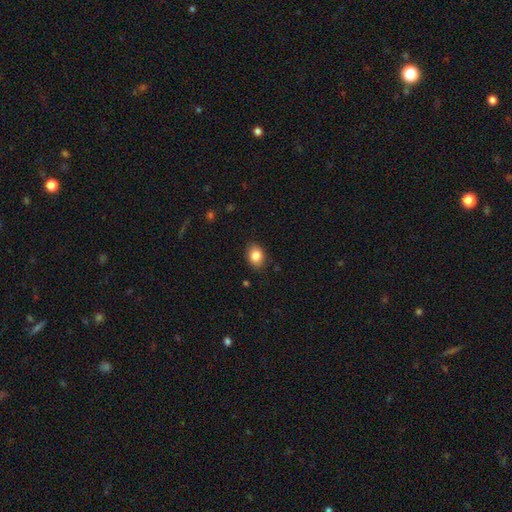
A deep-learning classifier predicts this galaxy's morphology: This is clearly a smooth galaxy (85%). How rounded: likely in between (68%). Merging: clearly none (85%).